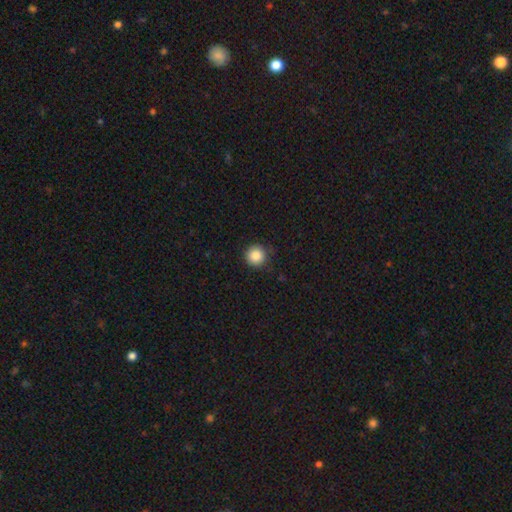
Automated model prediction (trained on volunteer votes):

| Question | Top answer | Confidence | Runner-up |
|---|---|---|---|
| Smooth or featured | smooth | 86% | star or artifact (10%) |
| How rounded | round | 95% | in between (4%) |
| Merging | none | 86% | minor disturbance (10%) |